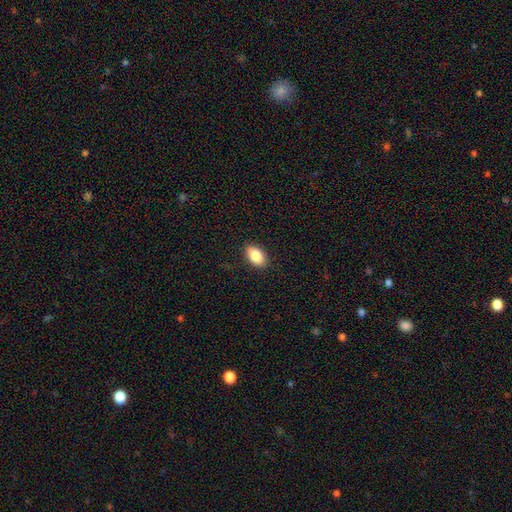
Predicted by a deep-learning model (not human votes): This appears to be a smooth galaxy with no disk features (85%) that is in between round and cigar-shaped (91%). Merging: none (88%).